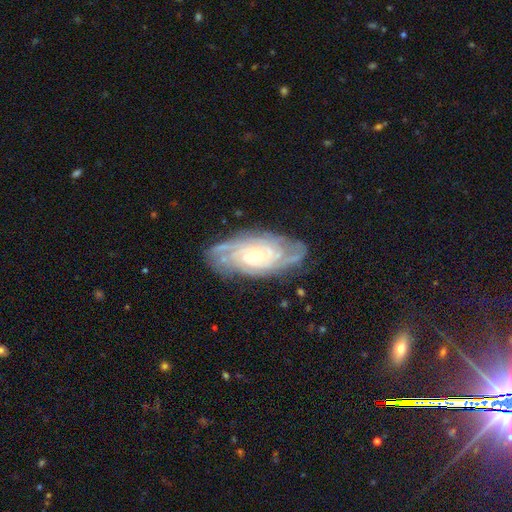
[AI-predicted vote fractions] The model was most divided on "spiral arm count": can't tell: 36%, 4: 17%, 2: 16%, 3: 16%, more than 4: 9%, 1: 5%. More confident: spiral arms — yes (95%); edge-on disk — no (93%); smooth or featured — featured or disk (85%); bar — no (75%); merging — none (75%); spiral winding — tight (70%); bulge size — small (64%).